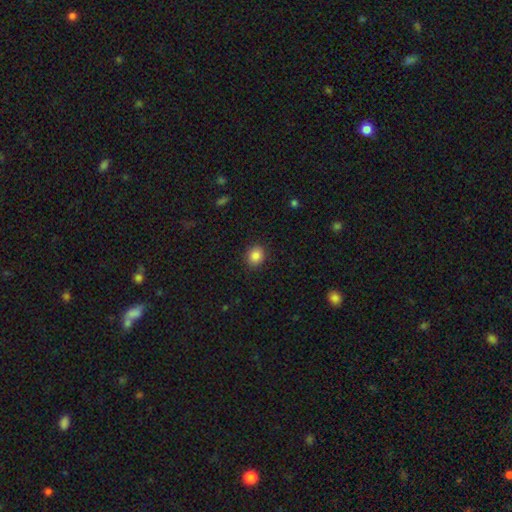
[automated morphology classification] type=smooth (86%); roundness=round (64%); merging=none (89%).